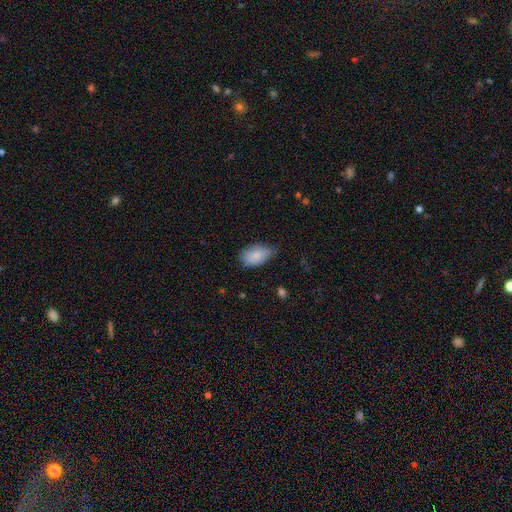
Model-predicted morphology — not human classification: Smooth or featured? Predicted: smooth (p=0.85). How rounded? Predicted: in between (p=0.93). Merging? Predicted: none (p=0.59).